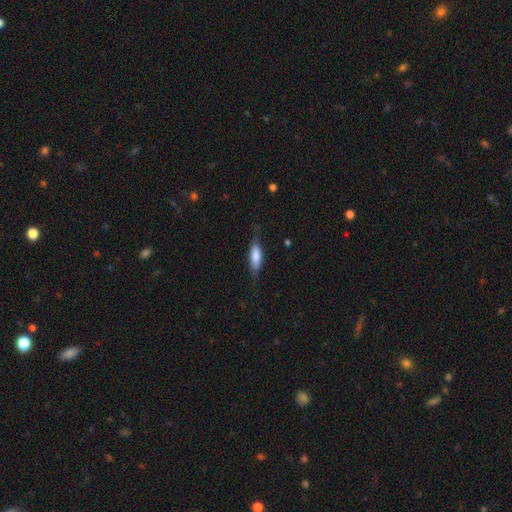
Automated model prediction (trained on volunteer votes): Q: Smooth or featured?
A: smooth (64%); runner-up: featured or disk (29%)
Q: How rounded?
A: in between (55%); runner-up: cigar-shaped (43%)
Q: Merging?
A: none (68%); runner-up: minor disturbance (22%)